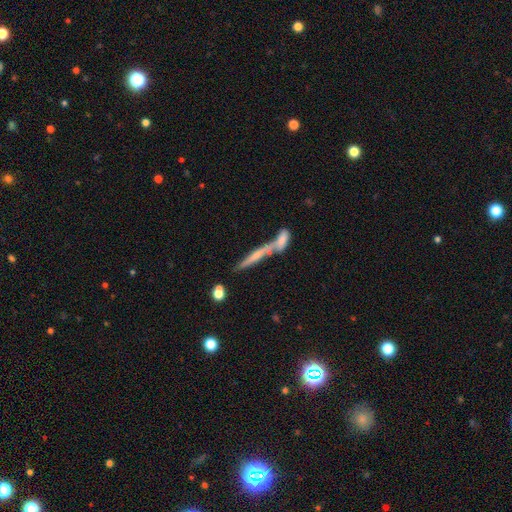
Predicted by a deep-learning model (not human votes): This is possibly a smooth galaxy (50%). How rounded: clearly cigar-shaped (88%). Merging: possibly merger (47%).